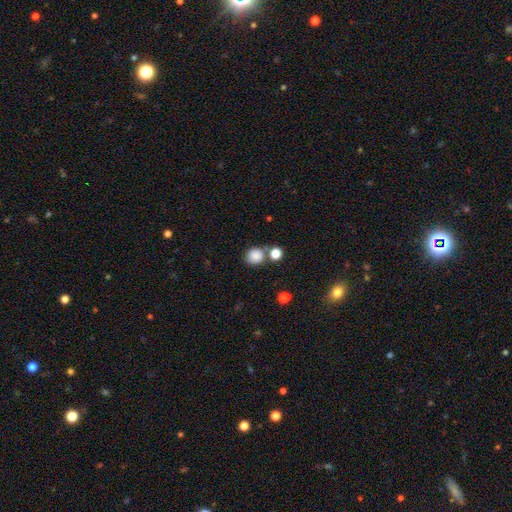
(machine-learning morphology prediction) smooth 85%, star or artifact 10%, featured or disk 5%. Down the decision tree: how rounded — round (79%); merging — none (65%).